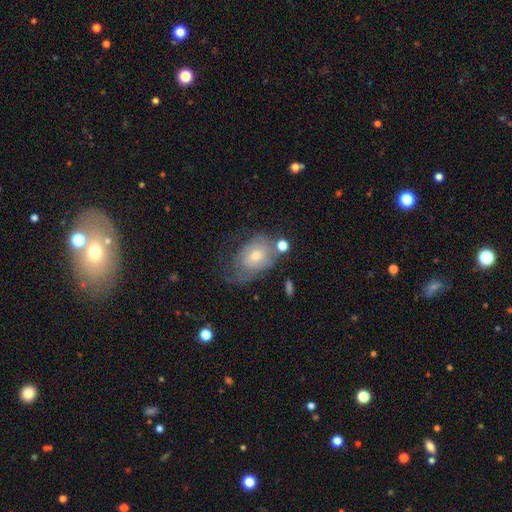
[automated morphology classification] Q: Smooth or featured?
A: featured or disk (50%); runner-up: smooth (40%)
Q: Edge-on disk?
A: no (94%); runner-up: yes (6%)
Q: Merging?
A: none (41%); runner-up: minor disturbance (29%)